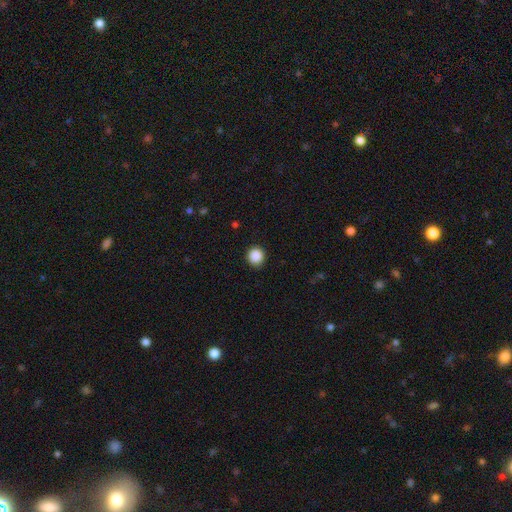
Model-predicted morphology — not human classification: smooth-or-featured: smooth: 88% | star or artifact: 9% | featured or disk: 2%
  how-rounded: round: 92% | in between: 7% | cigar-shaped: 1%
  merging: none: 91% | minor disturbance: 6% | major disturbance: 2% | merger: 1%